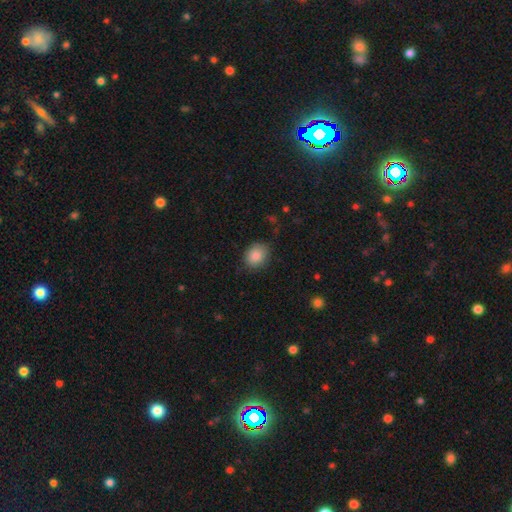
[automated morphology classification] type=smooth (86%); roundness=round (60%); merging=none (80%).